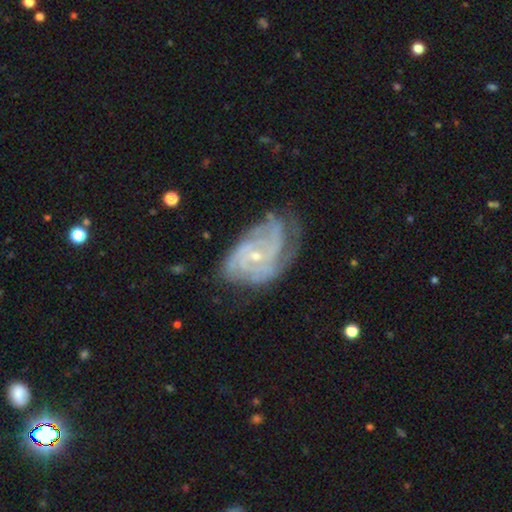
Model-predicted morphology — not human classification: Smooth or featured: featured or disk — 85% (smooth — 8%)
Edge-on disk: no — 97% (yes — 3%)
Bar: no — 68% (weak — 26%)
Spiral arms: yes — 95% (no — 5%)
Spiral winding: tight — 61% (medium — 31%)
Spiral arm count: can't tell — 30% (3 — 25%)
Bulge size: small — 71% (moderate — 26%)
Merging: none — 54% (minor disturbance — 28%)